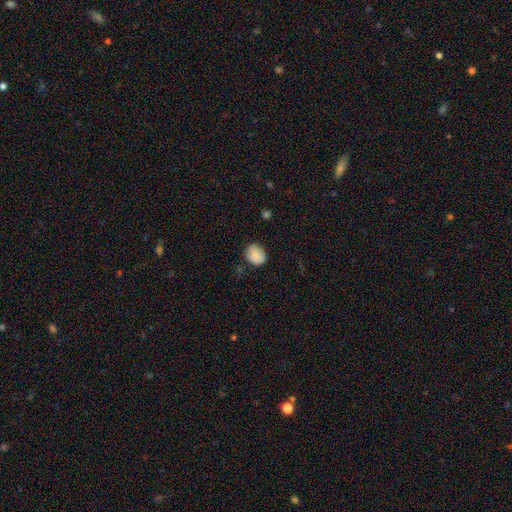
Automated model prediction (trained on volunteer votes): The model was most divided on "how rounded": round: 58%, in between: 41%, cigar-shaped: 1%. More confident: smooth or featured — smooth (84%); merging — none (72%).